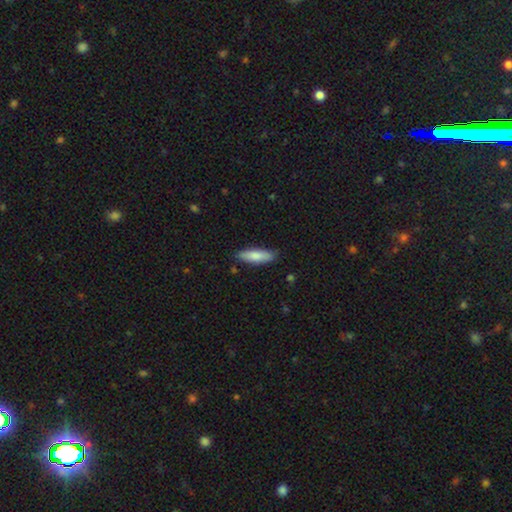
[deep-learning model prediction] Morphology: type=smooth (81%); roundness=cigar-shaped (58%); merging=none (84%).